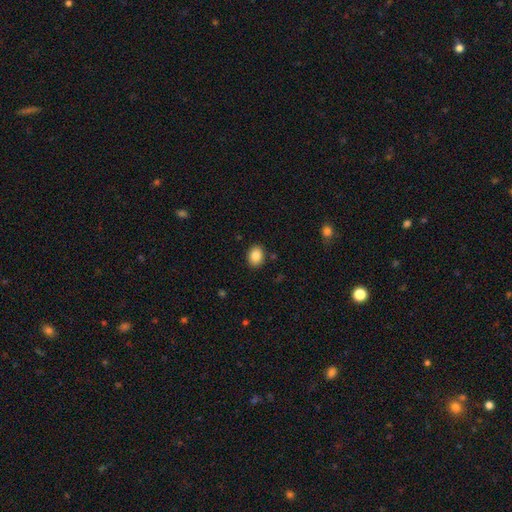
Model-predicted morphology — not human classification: A smooth galaxy with no disk features (86%) that is in between round and cigar-shaped (57%). Merging: none (88%).